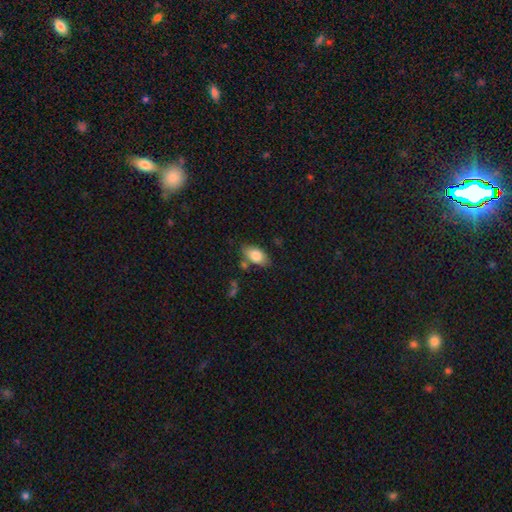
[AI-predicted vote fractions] Morphology: type=smooth (83%); roundness=in between (92%); merging=none (74%).